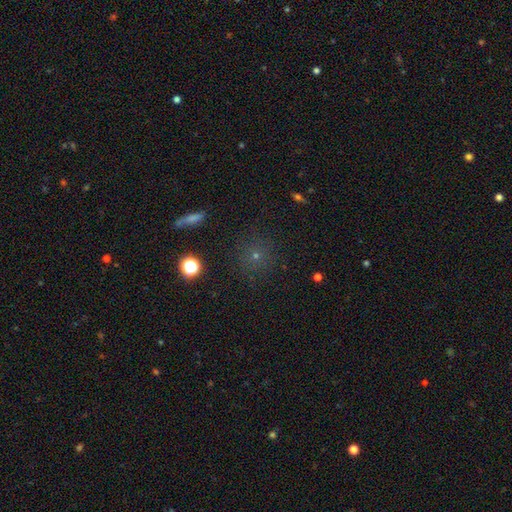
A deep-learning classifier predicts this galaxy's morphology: smooth-or-featured: smooth: 58% | star or artifact: 30% | featured or disk: 12%
  how-rounded: round: 94% | in between: 5% | cigar-shaped: 1%
  merging: none: 87% | minor disturbance: 8% | major disturbance: 3% | merger: 2%